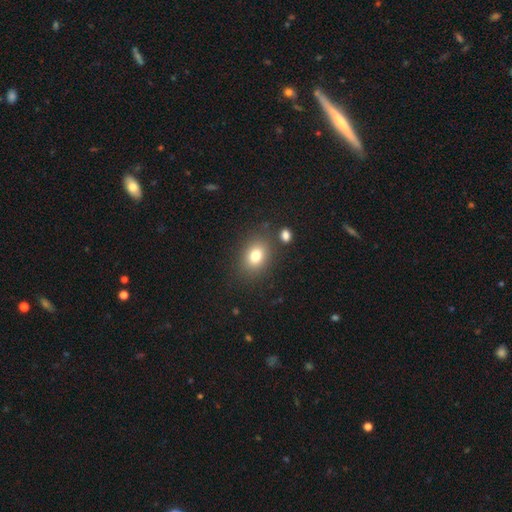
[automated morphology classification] smooth-or-featured: smooth: 79% | star or artifact: 12% | featured or disk: 10%
  how-rounded: in between: 61% | round: 38% | cigar-shaped: 1%
  merging: none: 81% | minor disturbance: 11% | merger: 5% | major disturbance: 4%